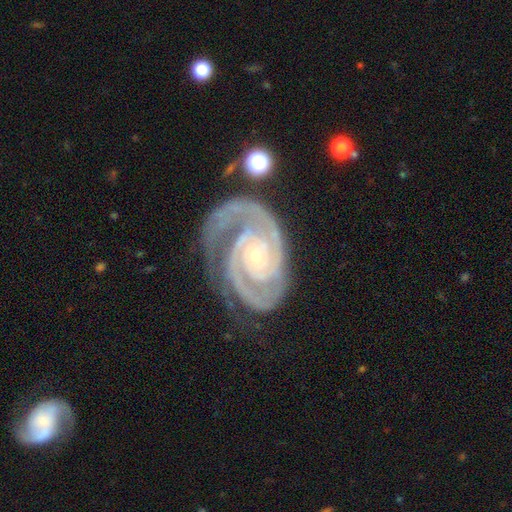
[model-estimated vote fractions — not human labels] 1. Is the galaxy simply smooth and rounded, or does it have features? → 93% featured or disk, 4% star or artifact, 3% smooth.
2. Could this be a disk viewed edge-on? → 98% no, 2% yes.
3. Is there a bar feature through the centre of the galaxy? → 73% no, 17% weak, 10% strong.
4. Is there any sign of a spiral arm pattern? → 99% yes, 1% no.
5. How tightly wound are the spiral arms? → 73% tight, 24% medium, 3% loose.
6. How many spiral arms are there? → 76% 2, 11% 3, 5% can't tell, 3% 1, 3% 4, 3% more than 4.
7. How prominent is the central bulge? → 82% small, 15% moderate, 1% none, 1% large, 1% dominant.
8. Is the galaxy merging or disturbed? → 64% none, 21% minor disturbance, 12% major disturbance, 3% merger.